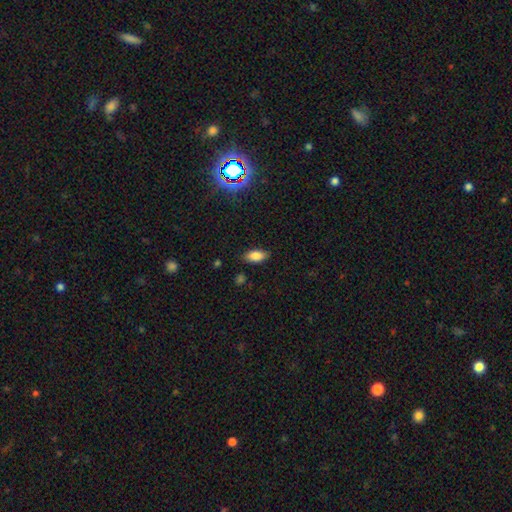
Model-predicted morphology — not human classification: Smooth or featured? smooth (83%)
How rounded? in between (88%)
Merging? none (85%)